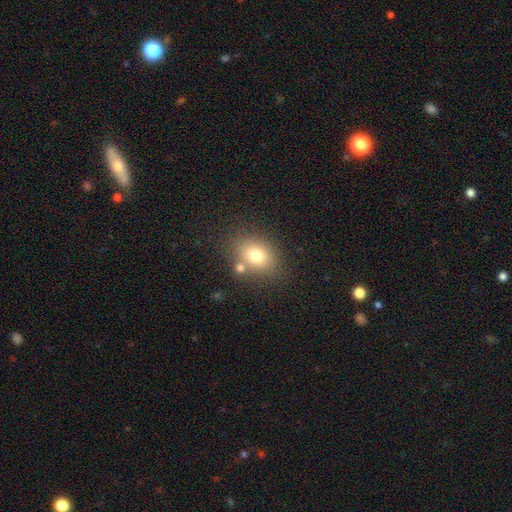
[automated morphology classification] This is likely a smooth galaxy (75%). How rounded: likely in between (62%). Merging: likely none (68%).